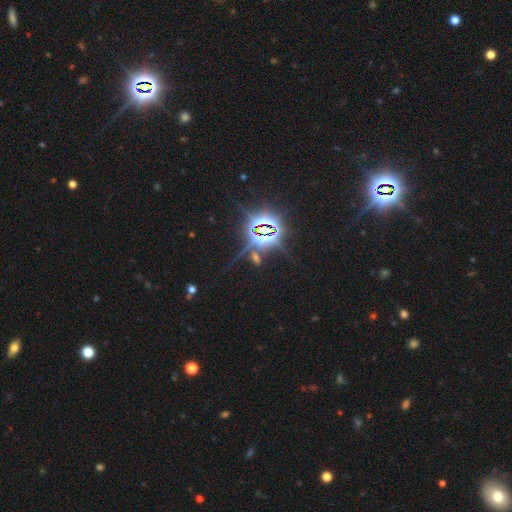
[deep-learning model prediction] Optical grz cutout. It shows a star or artifact, not a galaxy (85%).